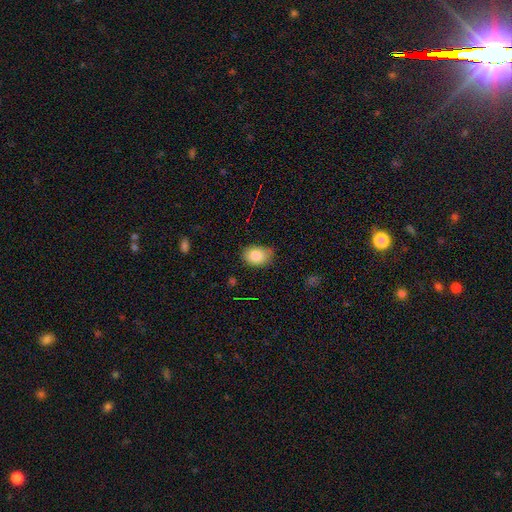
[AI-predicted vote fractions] Smooth or featured? smooth (85%)
How rounded? in between (73%)
Merging? none (69%)